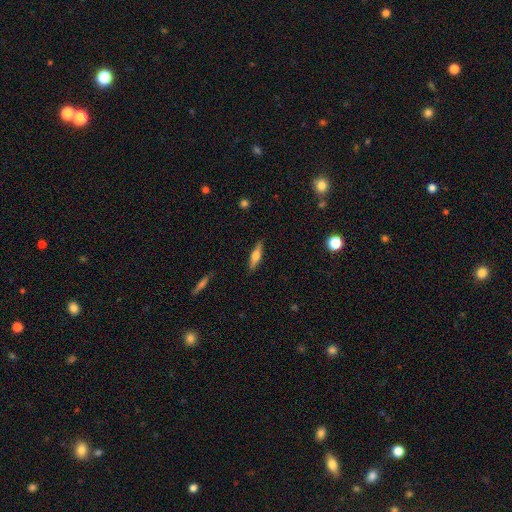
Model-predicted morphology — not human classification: smooth_or_featured: smooth (p=0.48) [alt: featured or disk p=0.46]
merging: none (p=0.88) [alt: minor disturbance p=0.09]